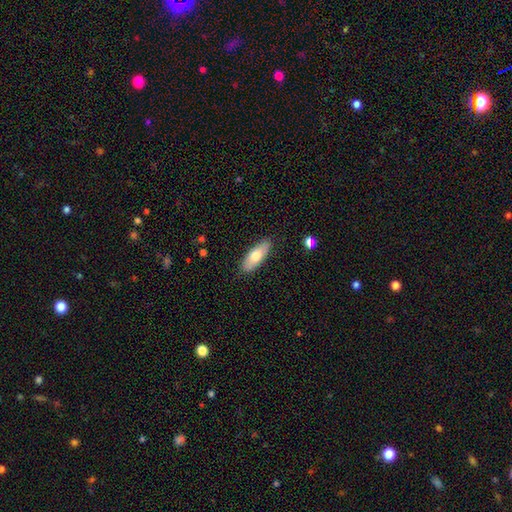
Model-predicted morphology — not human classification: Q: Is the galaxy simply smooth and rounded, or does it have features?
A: smooth — 71%.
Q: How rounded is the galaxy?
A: in between — 73%.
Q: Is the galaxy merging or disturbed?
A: none — 87%.